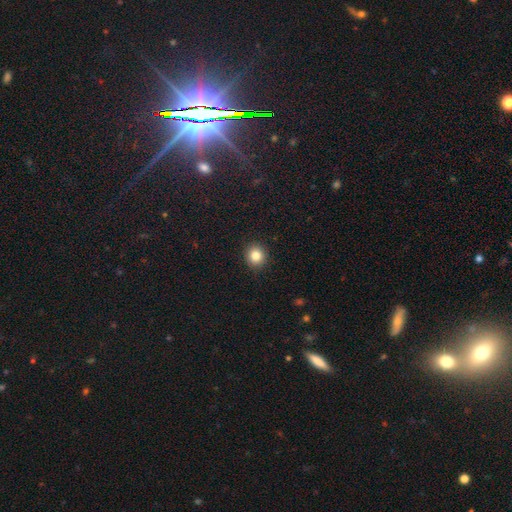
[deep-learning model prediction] Q: Smooth or featured?
A: smooth (83%); runner-up: star or artifact (11%)
Q: How rounded?
A: round (88%); runner-up: in between (12%)
Q: Merging?
A: none (92%); runner-up: minor disturbance (6%)